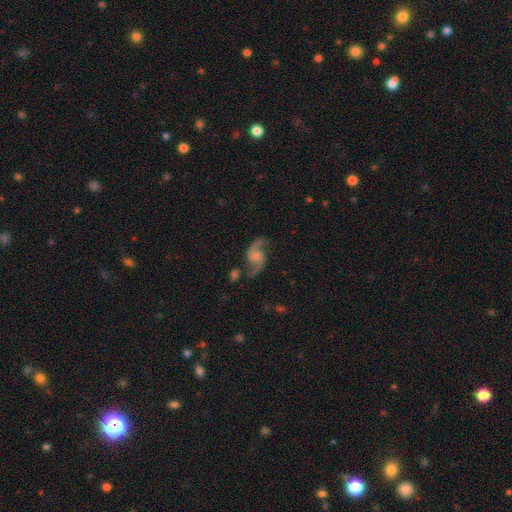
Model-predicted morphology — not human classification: smooth-or-featured: featured or disk: 89% | smooth: 5% | star or artifact: 5%
  disk-edge-on: no: 98% | yes: 2%
    bar: no: 58% | weak: 34% | strong: 8%
    has-spiral-arms: yes: 97% | no: 3%
      spiral-winding: loose: 64% | medium: 30% | tight: 5%
      spiral-arm-count: 2: 94% | 1: 2% | can't tell: 1% | 3: 1% | 4: 1% | more than 4: 1%
    bulge-size: none: 47% | small: 23% | moderate: 18% | large: 10% | dominant: 2%
  merging: none: 74% | minor disturbance: 15% | major disturbance: 8% | merger: 4%